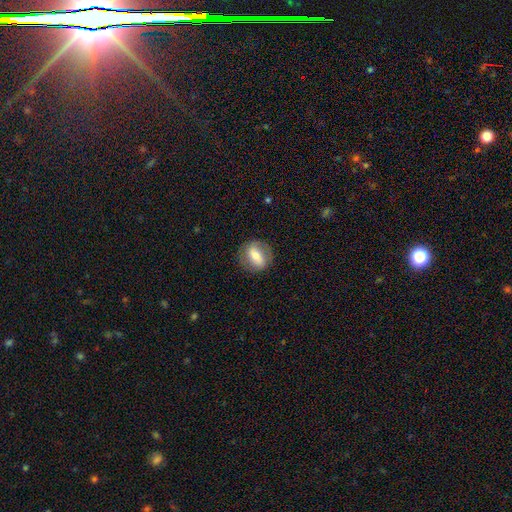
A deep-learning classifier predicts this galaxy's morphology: This is possibly a smooth galaxy (49%). Merging: likely none (80%).